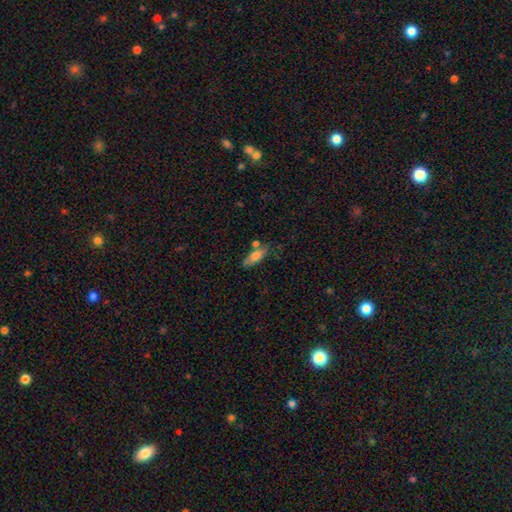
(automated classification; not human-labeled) Q: Smooth or featured?
A: smooth (71%); runner-up: featured or disk (22%)
Q: How rounded?
A: in between (53%); runner-up: cigar-shaped (44%)
Q: Merging?
A: none (66%); runner-up: minor disturbance (17%)